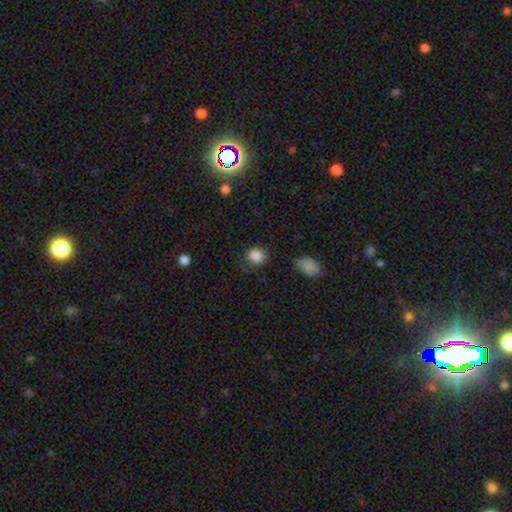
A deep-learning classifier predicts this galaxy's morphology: type=smooth (87%); roundness=round (81%); merging=none (76%).